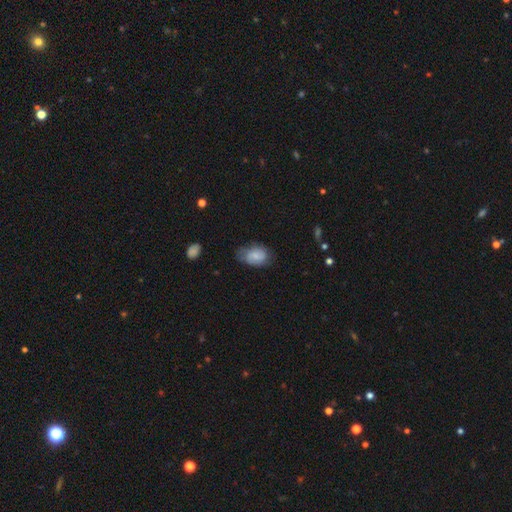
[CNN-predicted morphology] This appears to be a smooth galaxy with no disk features (67%) that is in between round and cigar-shaped (82%). Merging: none (54%).